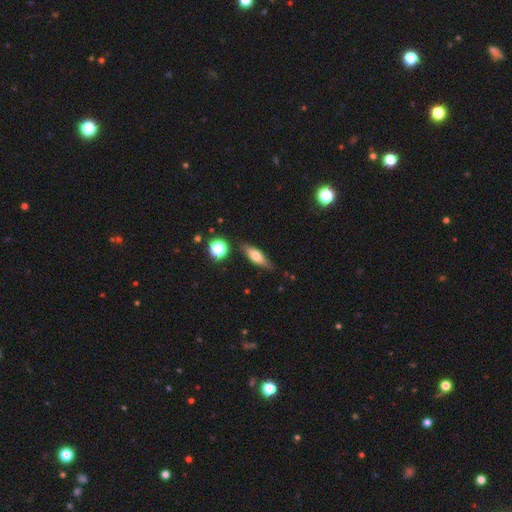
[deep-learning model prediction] Q: Smooth or featured?
A: smooth (59%); runner-up: featured or disk (32%)
Q: How rounded?
A: in between (53%); runner-up: cigar-shaped (43%)
Q: Merging?
A: none (79%); runner-up: minor disturbance (14%)